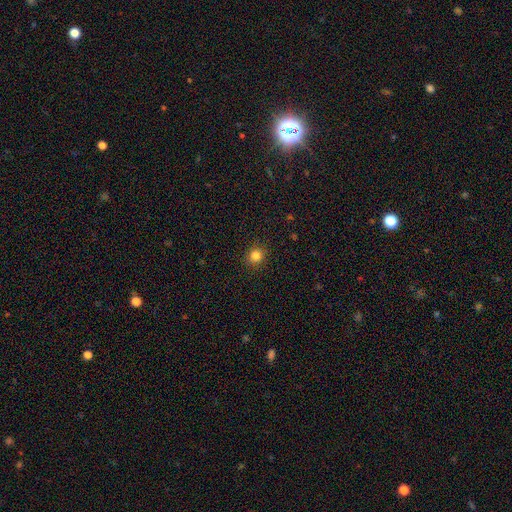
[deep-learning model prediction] Smooth or featured? smooth (84%)
How rounded? round (87%)
Merging? none (90%)